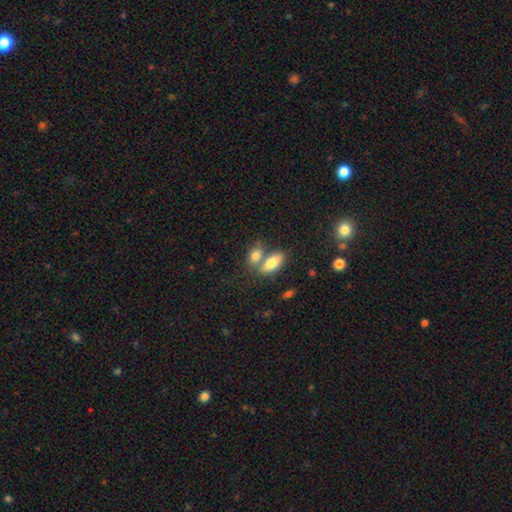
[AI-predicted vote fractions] Morphology: type=smooth (80%); roundness=in between (82%); merging=merger (50%).